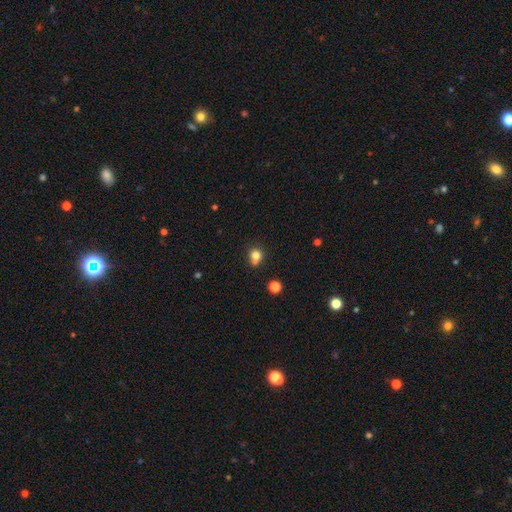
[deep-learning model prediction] Smooth or featured: smooth — 79% (star or artifact — 13%)
How rounded: round — 81% (in between — 18%)
Merging: none — 57% (merger — 24%)